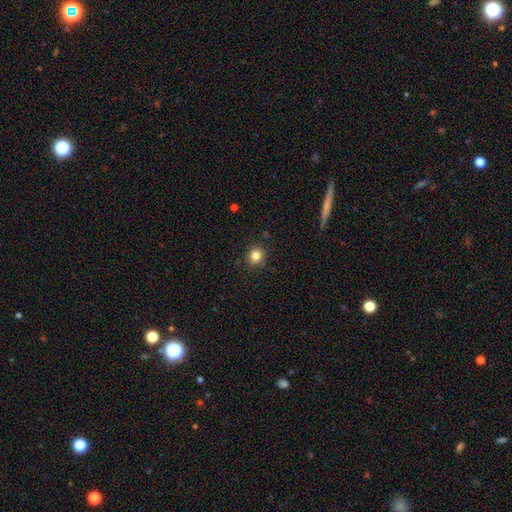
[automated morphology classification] smooth-or-featured: smooth: 83% | star or artifact: 12% | featured or disk: 5%
  how-rounded: round: 89% | in between: 10% | cigar-shaped: 1%
  merging: none: 90% | minor disturbance: 7% | major disturbance: 2% | merger: 1%